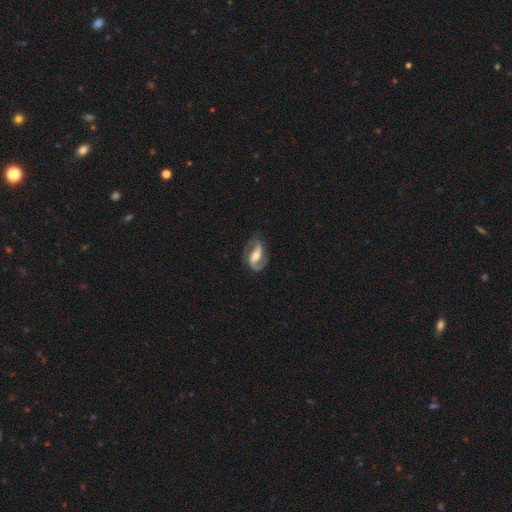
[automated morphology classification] featured or disk 84%, smooth 11%, star or artifact 5%. Down the decision tree: edge-on disk — no (95%); bar — strong (50%); spiral arms — yes (93%); spiral arm count — 2 (86%); spiral winding — medium (43%); bulge size — moderate (62%); merging — none (73%).